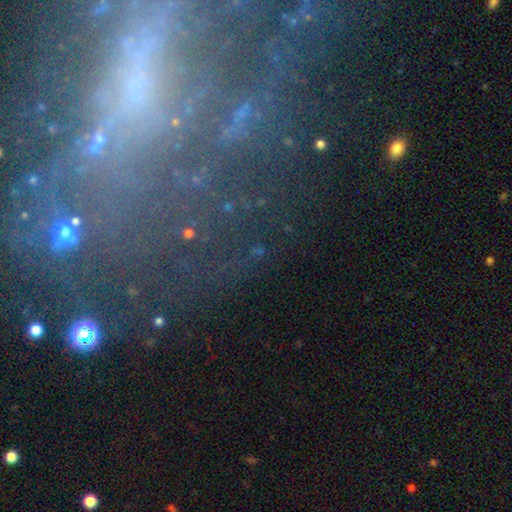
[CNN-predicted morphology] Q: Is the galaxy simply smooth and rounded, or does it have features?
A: featured or disk — 55%.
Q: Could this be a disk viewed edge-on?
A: no — 89%.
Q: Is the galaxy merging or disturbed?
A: none — 63%.